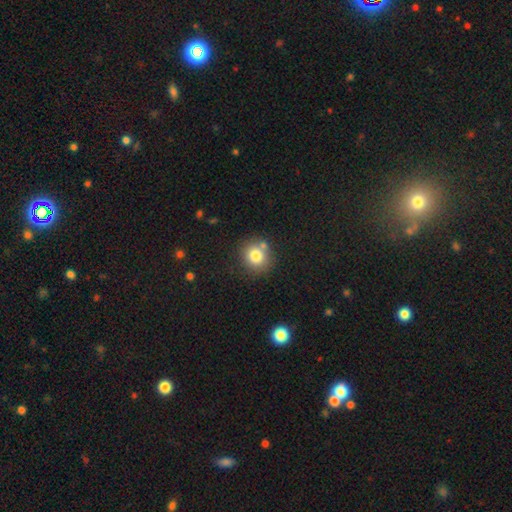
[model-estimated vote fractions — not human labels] Morphology: type=smooth (78%); roundness=round (88%); merging=none (73%).